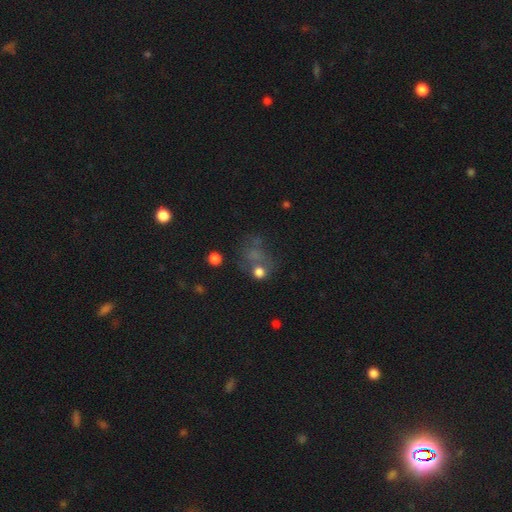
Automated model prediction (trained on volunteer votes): smooth_or_featured: smooth (p=0.45) [alt: star or artifact p=0.32]
merging: none (p=0.44) [alt: major disturbance p=0.22]